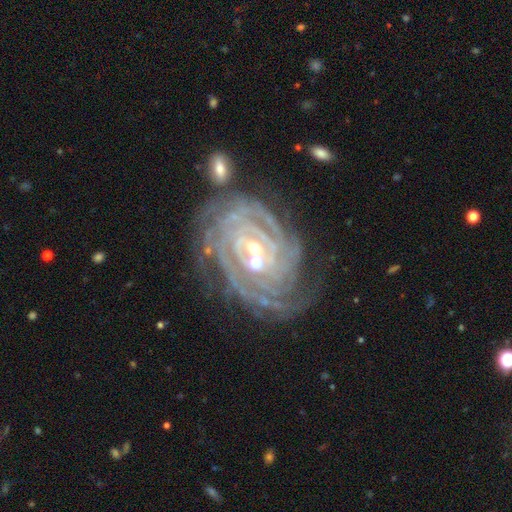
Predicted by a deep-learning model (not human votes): This is clearly a featured or disk galaxy (91%). It is clearly not viewed edge-on (97%). Bar: marginally no (41%). Spiral arm pattern: clearly yes (98%). Spiral arm count: marginally 4 (24%). Spiral winding: clearly tight (85%). Central bulge: possibly moderate (49%). Merging: likely none (62%).